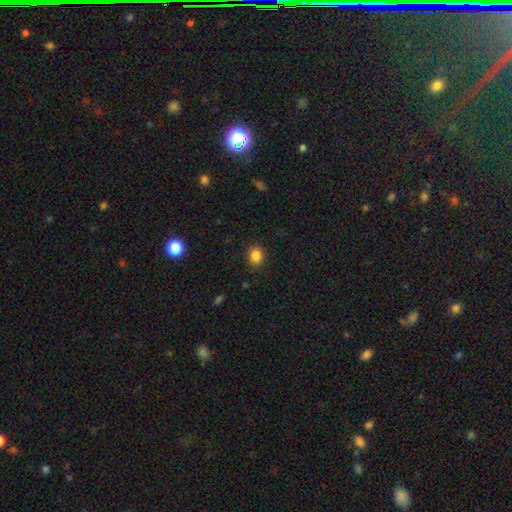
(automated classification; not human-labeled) This is clearly a smooth galaxy (85%). How rounded: likely round (61%). Merging: clearly none (88%).